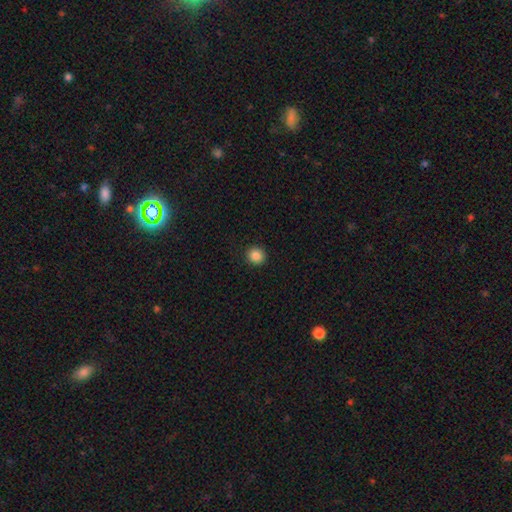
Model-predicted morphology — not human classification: Q: Smooth or featured?
A: smooth (87%); runner-up: star or artifact (10%)
Q: How rounded?
A: round (91%); runner-up: in between (8%)
Q: Merging?
A: none (93%); runner-up: minor disturbance (5%)